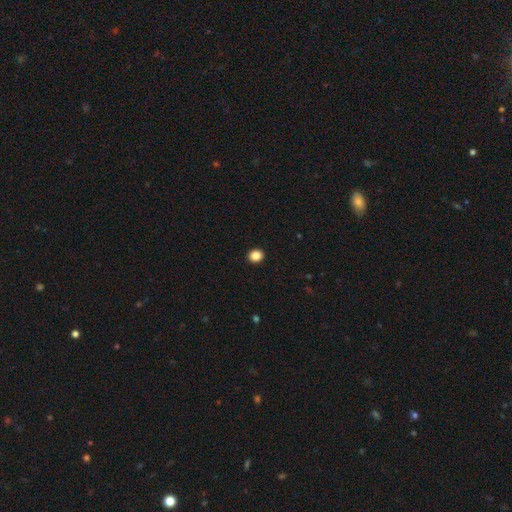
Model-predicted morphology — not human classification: The model was most divided on "how rounded": round: 76%, in between: 24%, cigar-shaped: 1%. More confident: merging — none (93%); smooth or featured — smooth (86%).